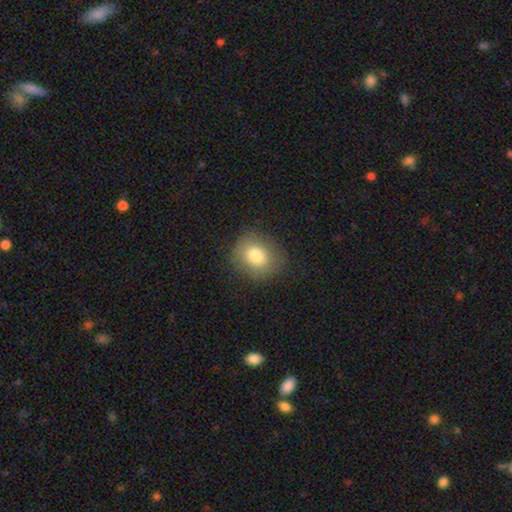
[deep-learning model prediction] Overall: smooth (79%). How rounded: round (70%). Merging: none (83%).